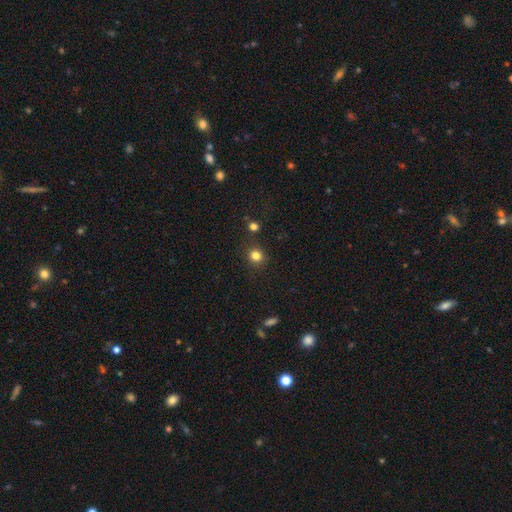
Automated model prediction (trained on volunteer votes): A smooth galaxy with no disk features (81%) that is round (89%).

Vote fractions:
- Smooth or featured? smooth: 81% / star or artifact: 14% / featured or disk: 5%
- How rounded? round: 89% / in between: 10% / cigar-shaped: 1%
- Merging? none: 87% / minor disturbance: 7% / merger: 3% / major disturbance: 3%